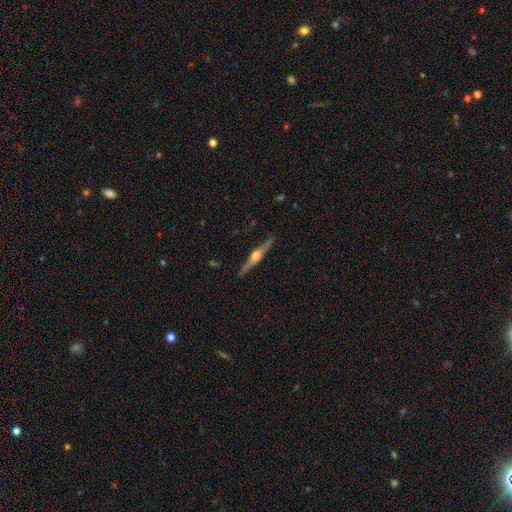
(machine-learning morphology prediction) A featured or disk galaxy (81%) viewed edge-on (98%) with a rounded central bulge (94%). Merging: none (90%).